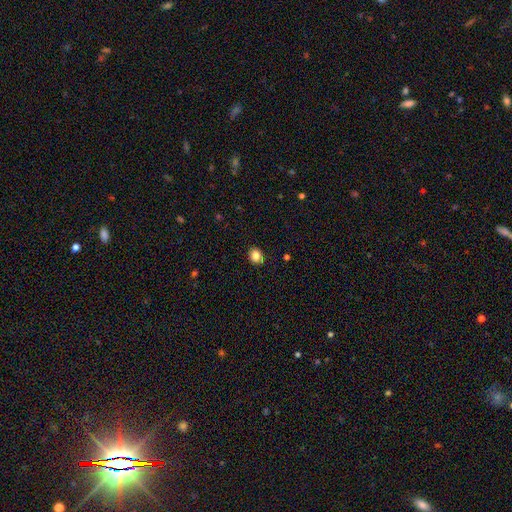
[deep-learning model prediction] A smooth galaxy with no disk features (82%) that is round (56%). Merging: none (86%).